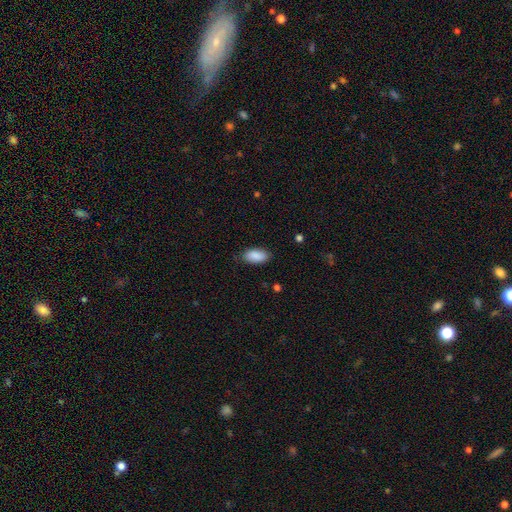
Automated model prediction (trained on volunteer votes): Smooth or featured: smooth — 90% (star or artifact — 6%)
How rounded: in between — 93% (cigar-shaped — 5%)
Merging: none — 84% (minor disturbance — 12%)